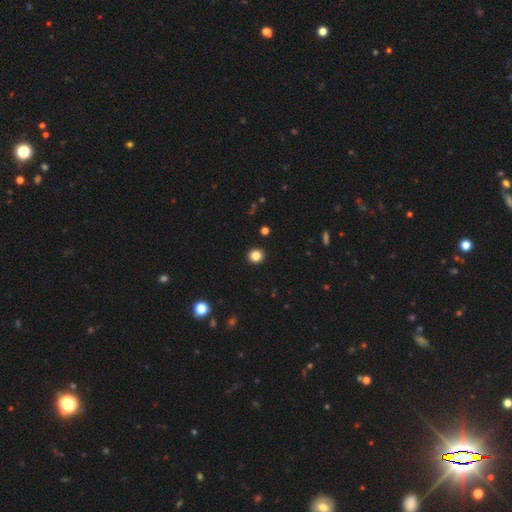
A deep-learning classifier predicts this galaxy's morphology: Overall: smooth (85%). How rounded: round (94%). Merging: none (93%).